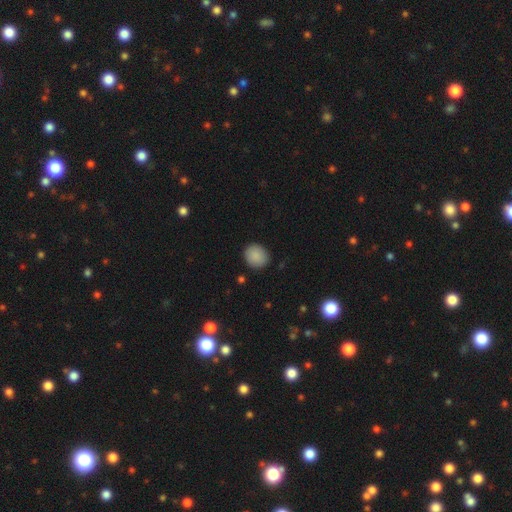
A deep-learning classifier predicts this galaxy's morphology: Smooth or featured? Predicted: smooth (p=0.89). How rounded? Predicted: round (p=0.79). Merging? Predicted: none (p=0.88).